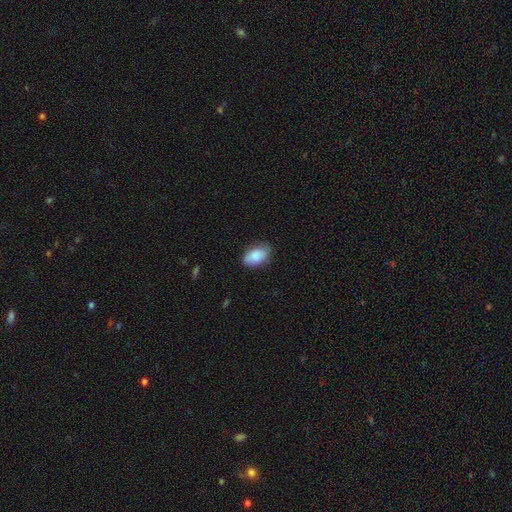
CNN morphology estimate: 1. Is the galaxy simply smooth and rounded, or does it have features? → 87% smooth, 7% featured or disk, 6% star or artifact.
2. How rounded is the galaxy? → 92% in between, 6% round, 1% cigar-shaped.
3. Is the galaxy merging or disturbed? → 79% none, 17% minor disturbance, 3% major disturbance, 1% merger.